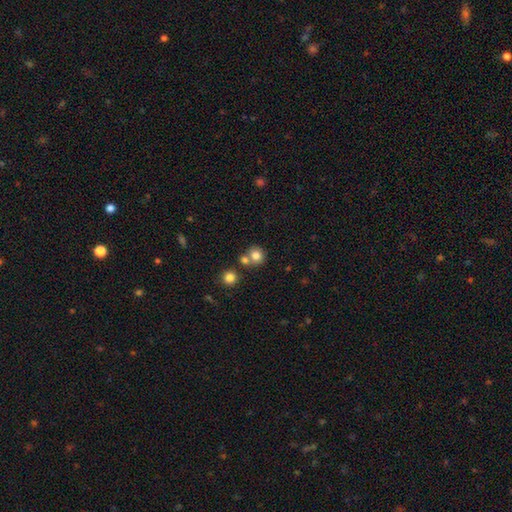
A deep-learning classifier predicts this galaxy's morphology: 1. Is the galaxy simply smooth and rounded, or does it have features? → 79% smooth, 12% star or artifact, 10% featured or disk.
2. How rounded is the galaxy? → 86% round, 13% in between, 1% cigar-shaped.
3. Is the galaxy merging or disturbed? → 58% none, 31% merger, 9% minor disturbance, 3% major disturbance.